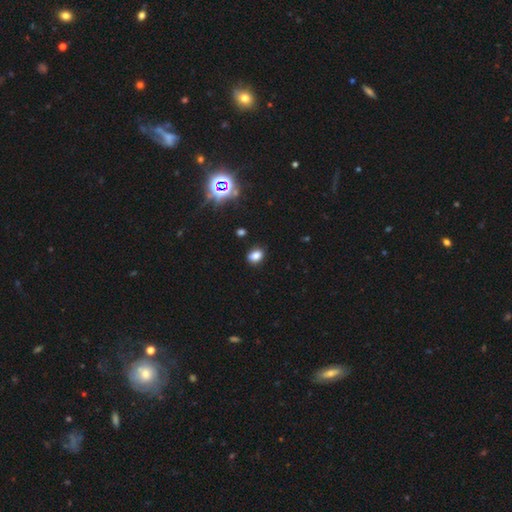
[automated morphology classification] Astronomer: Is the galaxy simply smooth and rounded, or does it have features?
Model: smooth — 81%.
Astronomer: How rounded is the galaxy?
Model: in between — 68%.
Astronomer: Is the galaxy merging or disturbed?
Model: none — 84%.